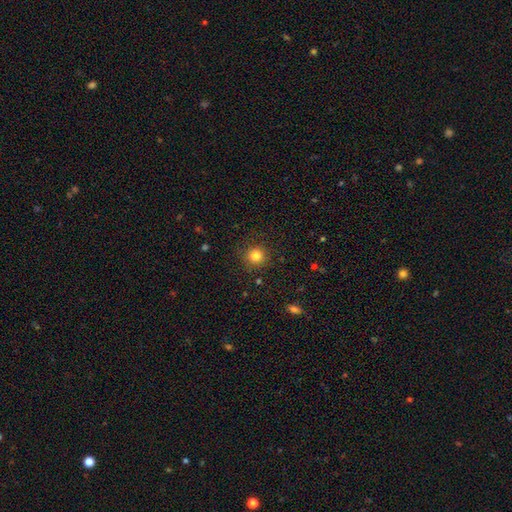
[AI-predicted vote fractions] smooth-or-featured: smooth: 82% | star or artifact: 13% | featured or disk: 6%
  how-rounded: round: 93% | in between: 6% | cigar-shaped: 1%
  merging: none: 88% | minor disturbance: 8% | major disturbance: 3% | merger: 1%